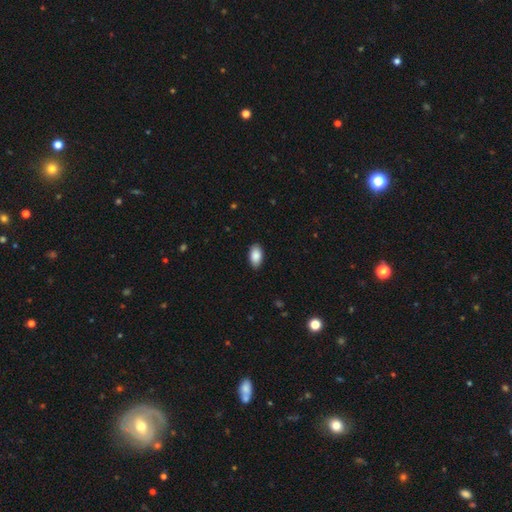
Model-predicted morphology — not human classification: smooth-or-featured: smooth: 89% | star or artifact: 7% | featured or disk: 5%
  how-rounded: in between: 94% | round: 4% | cigar-shaped: 2%
  merging: none: 86% | minor disturbance: 11% | major disturbance: 2% | merger: 1%